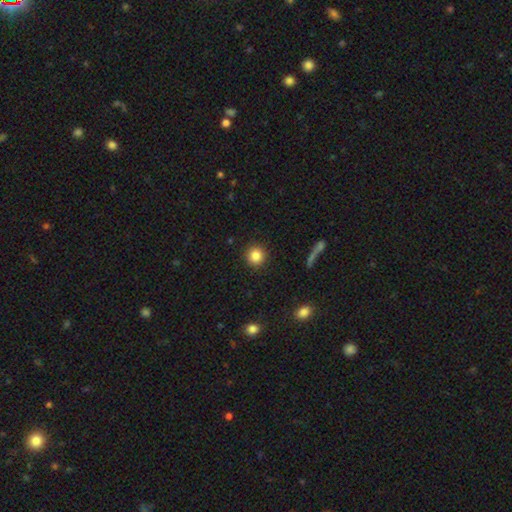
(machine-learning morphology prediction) smooth 85%, star or artifact 10%, featured or disk 5%. Down the decision tree: how rounded — round (94%); merging — none (92%).